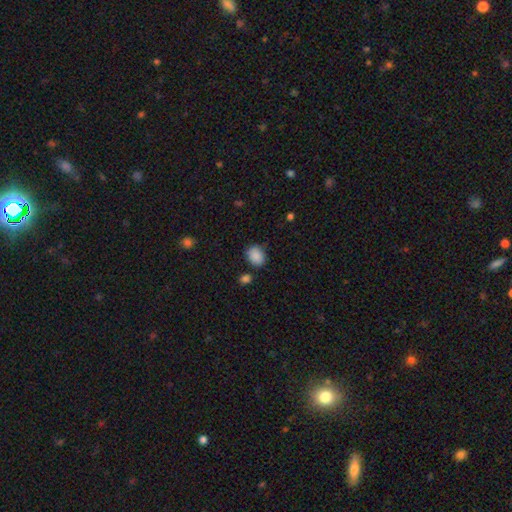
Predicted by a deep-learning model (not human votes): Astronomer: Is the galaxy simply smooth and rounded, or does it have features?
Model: smooth — 88%.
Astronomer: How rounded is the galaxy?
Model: in between — 57% (runner-up: round, 42%).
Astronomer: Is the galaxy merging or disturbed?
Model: none — 76%.